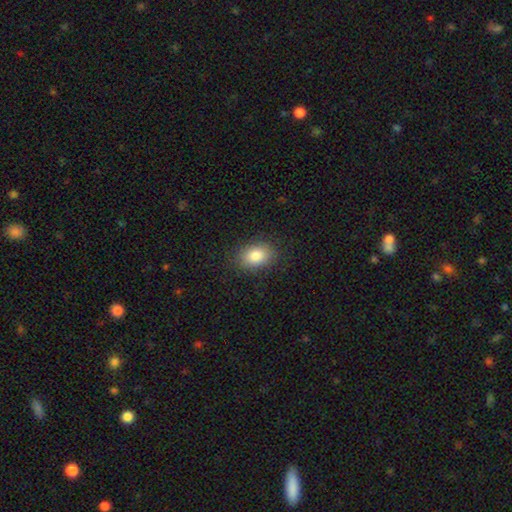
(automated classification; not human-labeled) Overall: smooth (84%). How rounded: in between (81%). Merging: none (85%).